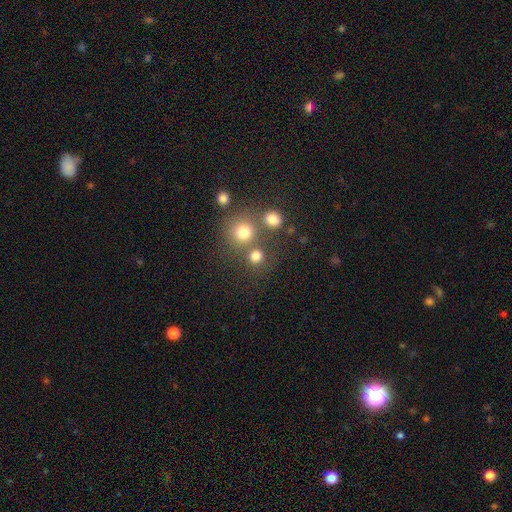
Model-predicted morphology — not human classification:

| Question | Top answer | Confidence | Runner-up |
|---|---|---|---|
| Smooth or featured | smooth | 76% | star or artifact (16%) |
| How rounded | round | 87% | in between (11%) |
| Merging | none | 65% | merger (23%) |